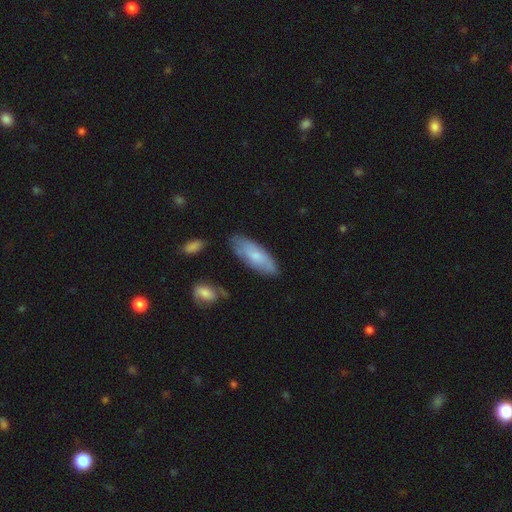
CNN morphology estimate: Q: Smooth or featured?
A: smooth (68%); runner-up: featured or disk (27%)
Q: How rounded?
A: in between (68%); runner-up: cigar-shaped (30%)
Q: Merging?
A: none (75%); runner-up: minor disturbance (19%)